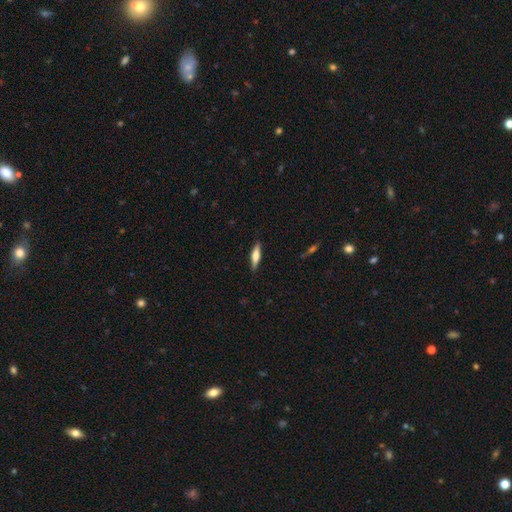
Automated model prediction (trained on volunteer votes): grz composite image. It shows a smooth galaxy with no disk features (50%). Merging: none (88%).